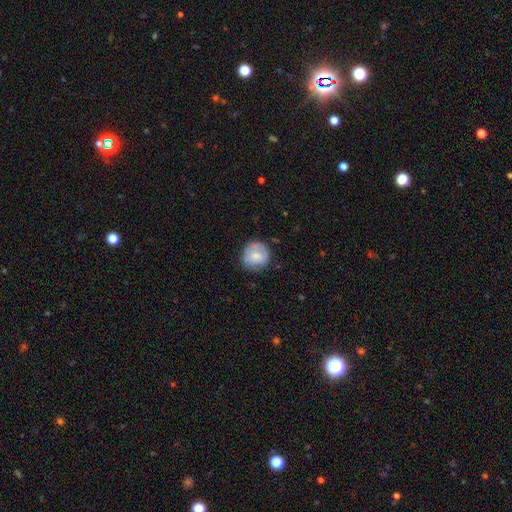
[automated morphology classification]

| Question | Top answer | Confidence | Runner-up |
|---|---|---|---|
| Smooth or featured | smooth | 69% | featured or disk (25%) |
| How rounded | round | 87% | in between (12%) |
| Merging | none | 74% | minor disturbance (19%) |